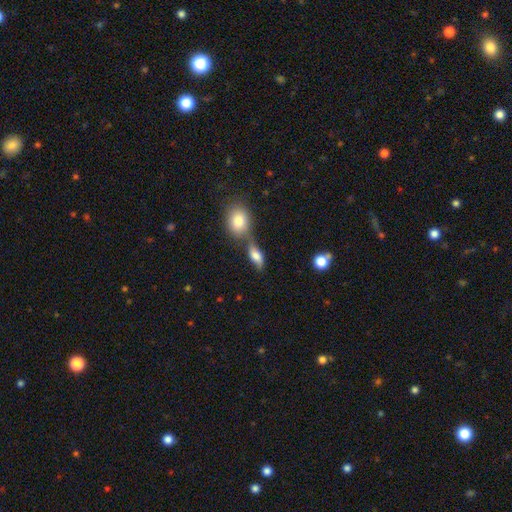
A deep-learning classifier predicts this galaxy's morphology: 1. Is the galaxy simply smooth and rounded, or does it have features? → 74% smooth, 17% featured or disk, 9% star or artifact.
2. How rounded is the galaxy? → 78% in between, 13% cigar-shaped, 9% round.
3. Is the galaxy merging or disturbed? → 43% none, 33% merger, 16% minor disturbance, 7% major disturbance.